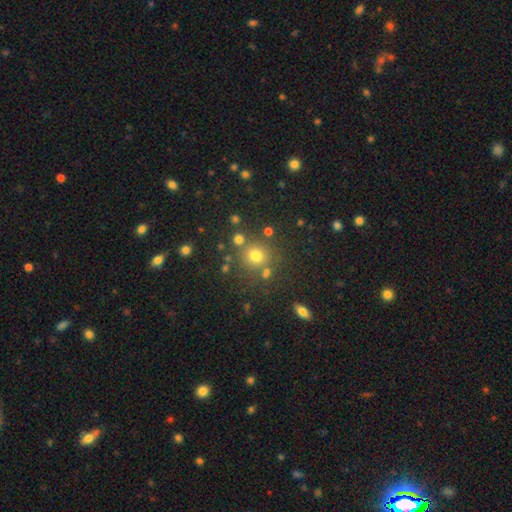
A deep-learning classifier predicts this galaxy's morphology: Smooth or featured?
  - smooth: 71% *
  - star or artifact: 20%
  - featured or disk: 8%
How rounded?
  - round: 89% *
  - in between: 10%
  - cigar-shaped: 1%
Merging?
  - none: 75% *
  - merger: 11%
  - minor disturbance: 10%
  - major disturbance: 4%